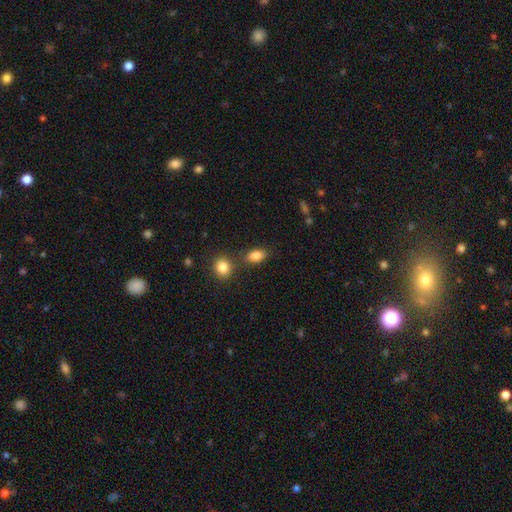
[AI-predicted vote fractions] smooth-or-featured: smooth: 85% | star or artifact: 9% | featured or disk: 6%
  how-rounded: in between: 84% | round: 13% | cigar-shaped: 3%
  merging: none: 72% | minor disturbance: 13% | merger: 12% | major disturbance: 4%